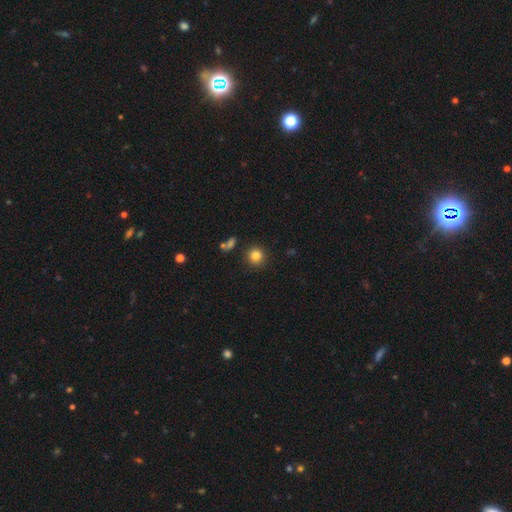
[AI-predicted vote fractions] smooth_or_featured: smooth (p=0.83) [alt: star or artifact p=0.12]
how_rounded: round (p=0.93) [alt: in between p=0.06]
merging: none (p=0.87) [alt: minor disturbance p=0.07]